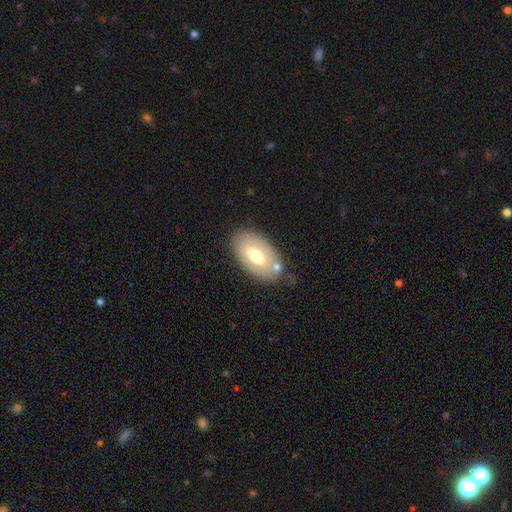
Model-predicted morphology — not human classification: Smooth or featured? Predicted: smooth (p=0.57). How rounded? Predicted: in between (p=0.93). Merging? Predicted: none (p=0.75).